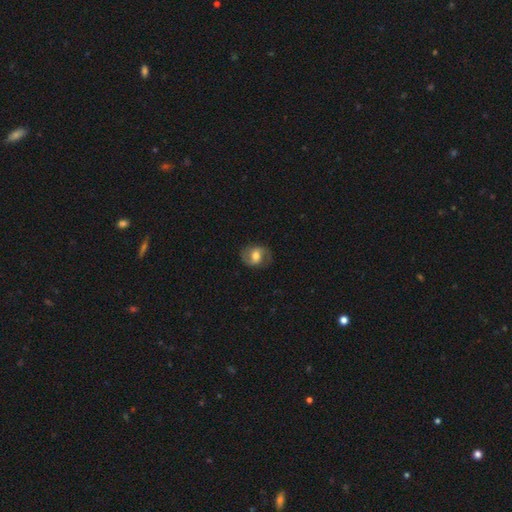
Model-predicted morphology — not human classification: The model was most divided on "bar": weak: 42%, no: 37%, strong: 21%. More confident: edge-on disk — no (96%); spiral arms — yes (81%); merging — none (75%); bulge size — moderate (65%); smooth or featured — featured or disk (54%).